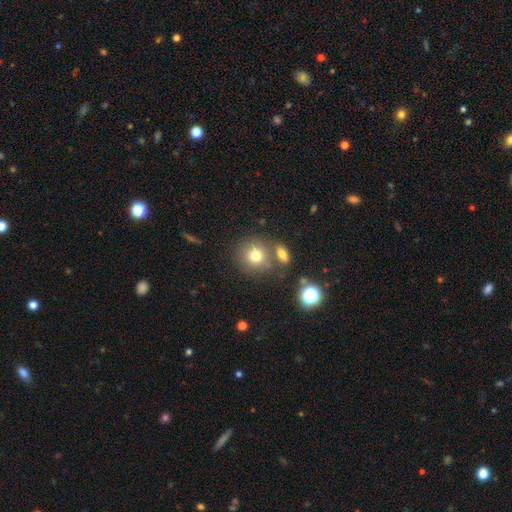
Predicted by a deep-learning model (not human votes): smooth-or-featured: smooth: 76% | star or artifact: 13% | featured or disk: 11%
  how-rounded: round: 88% | in between: 11% | cigar-shaped: 1%
  merging: none: 68% | merger: 19% | minor disturbance: 10% | major disturbance: 4%